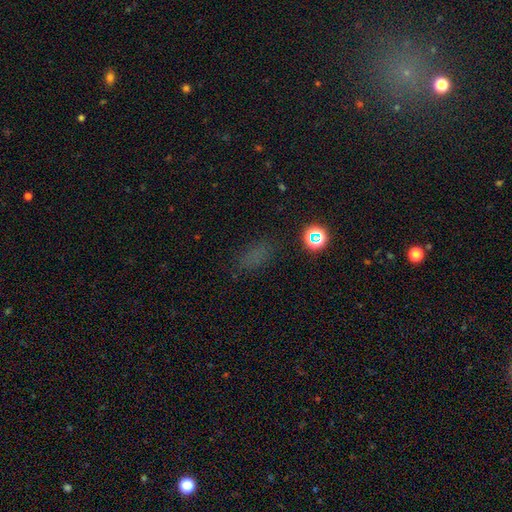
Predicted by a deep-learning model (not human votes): A smooth galaxy with no disk features (63%) that is in between round and cigar-shaped (73%).

Vote fractions:
- Smooth or featured? smooth: 63% / star or artifact: 28% / featured or disk: 8%
- How rounded? in between: 73% / round: 16% / cigar-shaped: 10%
- Merging? none: 78% / minor disturbance: 14% / major disturbance: 6% / merger: 2%